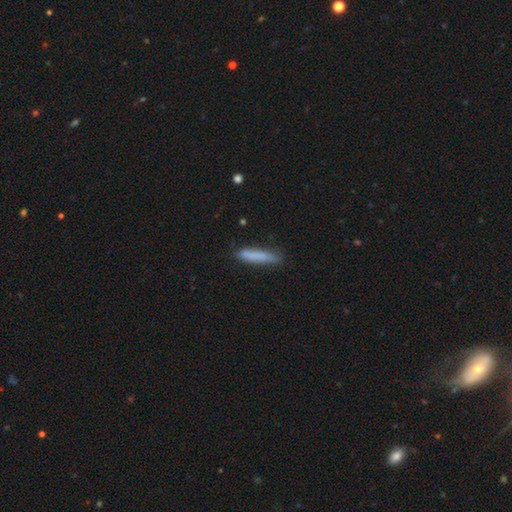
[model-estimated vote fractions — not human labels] smooth-or-featured: smooth: 79% | featured or disk: 14% | star or artifact: 7%
  how-rounded: cigar-shaped: 91% | in between: 8% | round: 1%
  merging: none: 81% | minor disturbance: 14% | major disturbance: 3% | merger: 2%